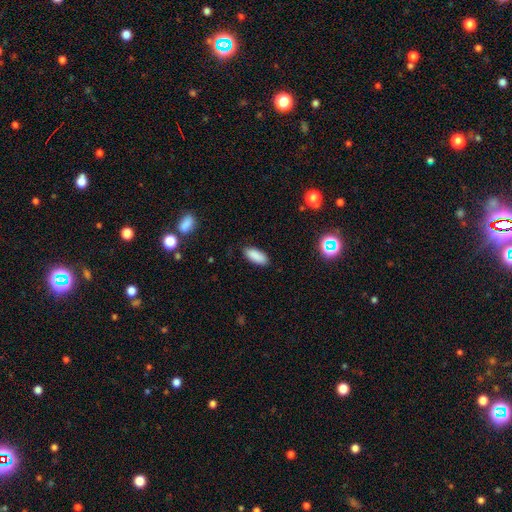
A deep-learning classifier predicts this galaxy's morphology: smooth-or-featured: smooth: 87% | star or artifact: 8% | featured or disk: 4%
  how-rounded: in between: 85% | cigar-shaped: 13% | round: 2%
  merging: none: 86% | minor disturbance: 11% | major disturbance: 2% | merger: 1%